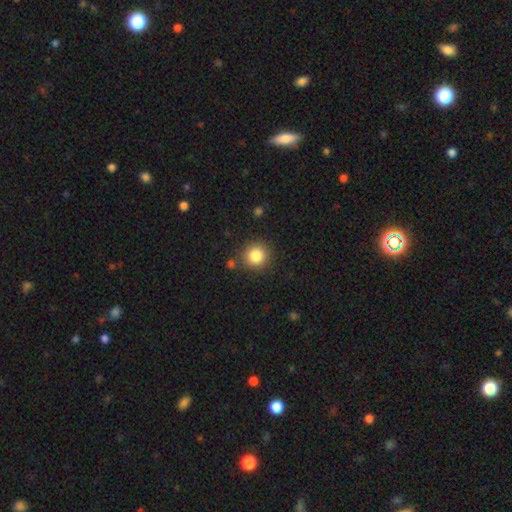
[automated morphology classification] Smooth or featured?
  - smooth: 84% *
  - star or artifact: 11%
  - featured or disk: 5%
How rounded?
  - round: 92% *
  - in between: 7%
  - cigar-shaped: 1%
Merging?
  - none: 85% *
  - minor disturbance: 8%
  - merger: 4%
  - major disturbance: 3%